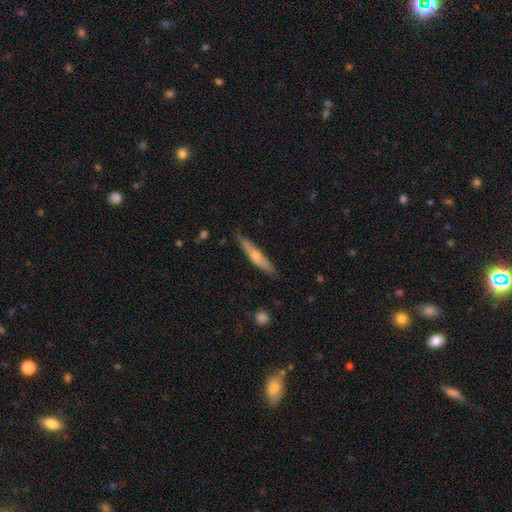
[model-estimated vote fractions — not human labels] The model was most divided on "smooth or featured": featured or disk: 50%, smooth: 44%, star or artifact: 6%. More confident: edge-on disk — yes (83%); merging — none (78%).